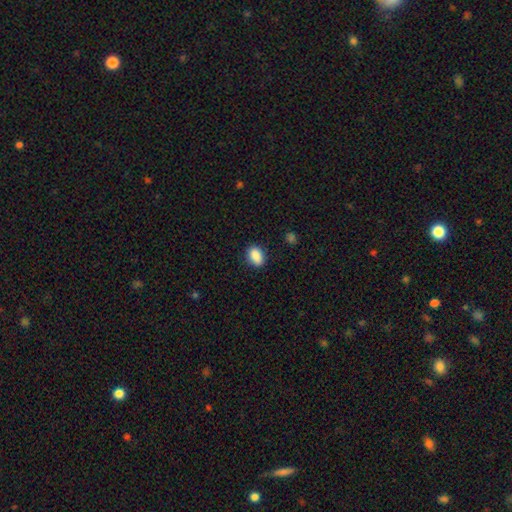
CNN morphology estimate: smooth-or-featured: smooth: 89% | star or artifact: 8% | featured or disk: 3%
  how-rounded: in between: 80% | round: 18% | cigar-shaped: 2%
  merging: none: 86% | minor disturbance: 11% | major disturbance: 2% | merger: 1%